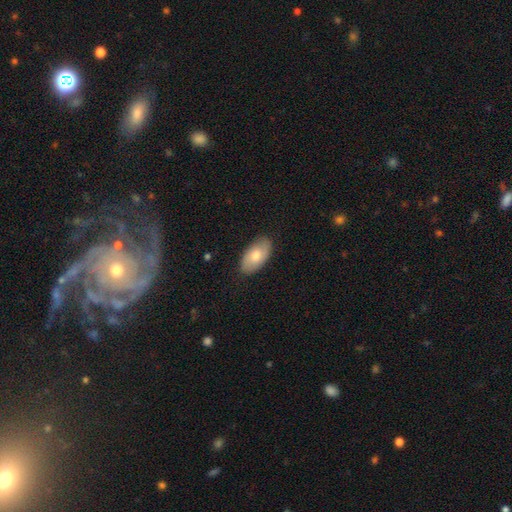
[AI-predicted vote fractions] A smooth galaxy with no disk features (70%) that is in between round and cigar-shaped (95%).

Vote fractions:
- Smooth or featured? smooth: 70% / featured or disk: 24% / star or artifact: 6%
- How rounded? in between: 95% / round: 3% / cigar-shaped: 2%
- Merging? none: 85% / minor disturbance: 12% / major disturbance: 2% / merger: 1%